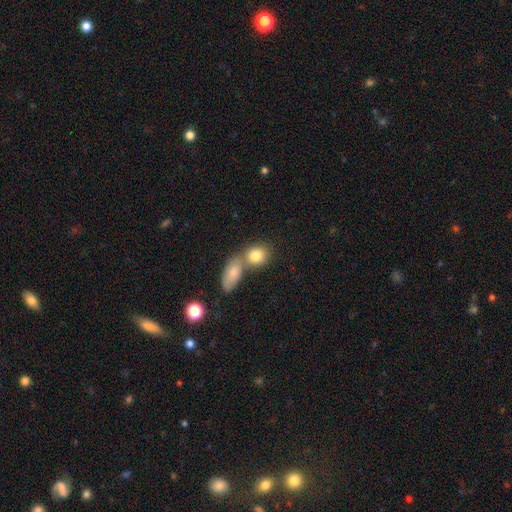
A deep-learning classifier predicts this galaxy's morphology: A smooth galaxy with no disk features (80%) that is round (51%).

Vote fractions:
- Smooth or featured? smooth: 80% / featured or disk: 12% / star or artifact: 8%
- How rounded? round: 51% / in between: 47% / cigar-shaped: 3%
- Merging? merger: 52% / none: 36% / minor disturbance: 8% / major disturbance: 4%